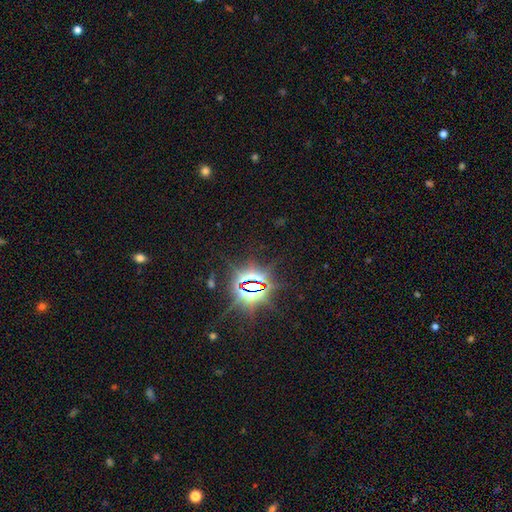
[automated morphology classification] Q: Smooth or featured?
A: star or artifact (83%); runner-up: smooth (9%)